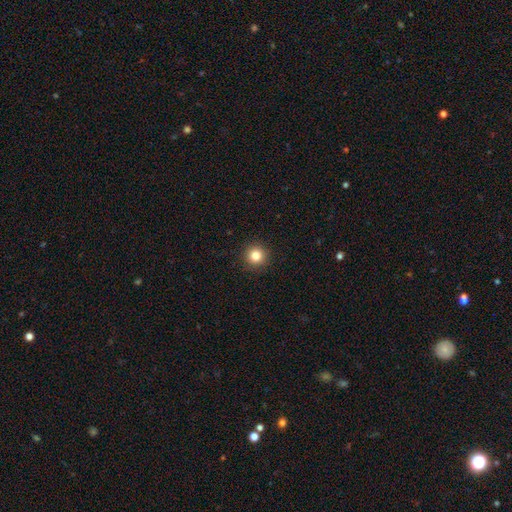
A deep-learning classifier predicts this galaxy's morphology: The model was most divided on "smooth or featured": smooth: 83%, star or artifact: 12%, featured or disk: 5%. More confident: how rounded — round (95%); merging — none (93%).